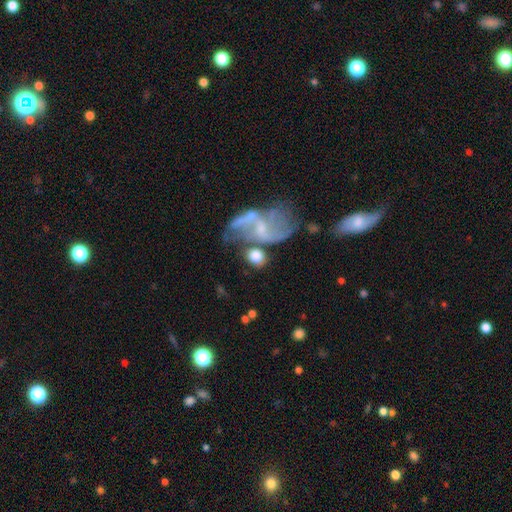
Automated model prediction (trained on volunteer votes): A smooth galaxy with no disk features (56%) that is round (50%).

Vote fractions:
- Smooth or featured? smooth: 56% / featured or disk: 36% / star or artifact: 9%
- How rounded? round: 50% / in between: 47% / cigar-shaped: 3%
- Merging? none: 43% / merger: 26% / minor disturbance: 17% / major disturbance: 14%